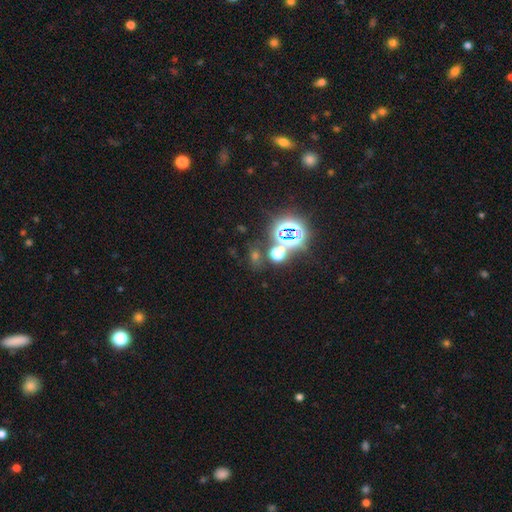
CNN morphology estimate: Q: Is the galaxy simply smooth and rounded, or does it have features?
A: star or artifact — 62%.